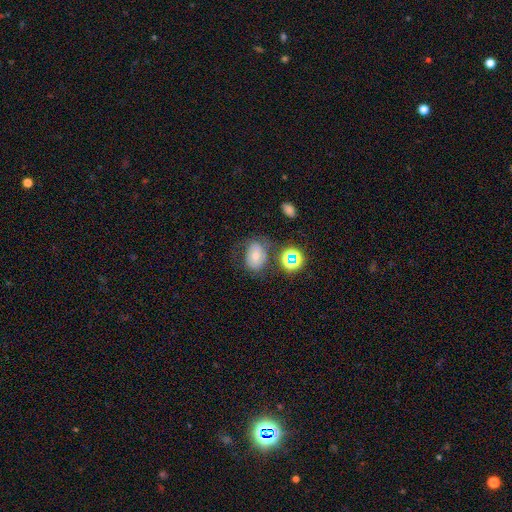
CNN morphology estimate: Smooth or featured? Predicted: smooth (p=0.56). How rounded? Predicted: in between (p=0.68). Merging? Predicted: none (p=0.55).